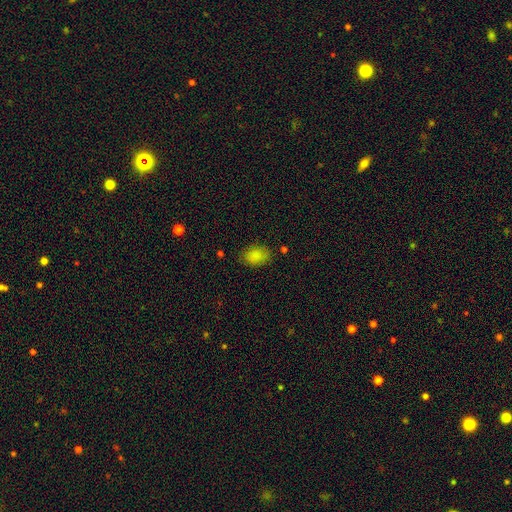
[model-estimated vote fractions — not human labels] The model was most divided on "how rounded": in between: 82%, round: 17%, cigar-shaped: 1%. More confident: smooth or featured — smooth (85%); merging — none (80%).